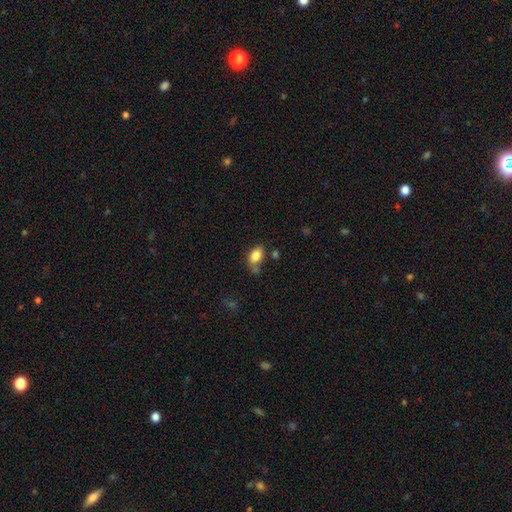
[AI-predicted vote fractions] Smooth or featured? smooth (83%)
How rounded? in between (88%)
Merging? none (49%)